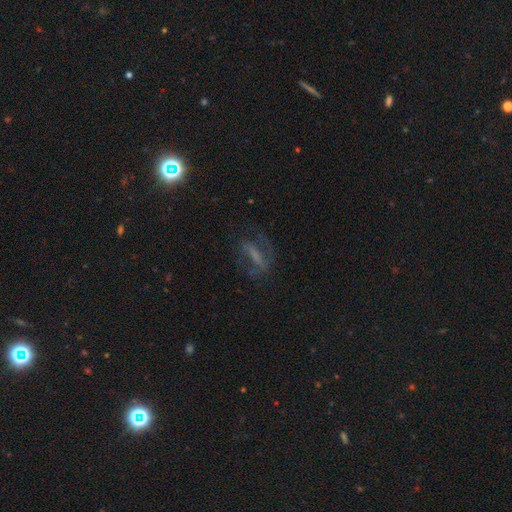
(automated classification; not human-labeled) Smooth or featured?
  - featured or disk: 54% *
  - smooth: 28%
  - star or artifact: 18%
Edge-on disk?
  - no: 80% *
  - yes: 20%
Merging?
  - none: 64% *
  - major disturbance: 18%
  - minor disturbance: 16%
  - merger: 2%